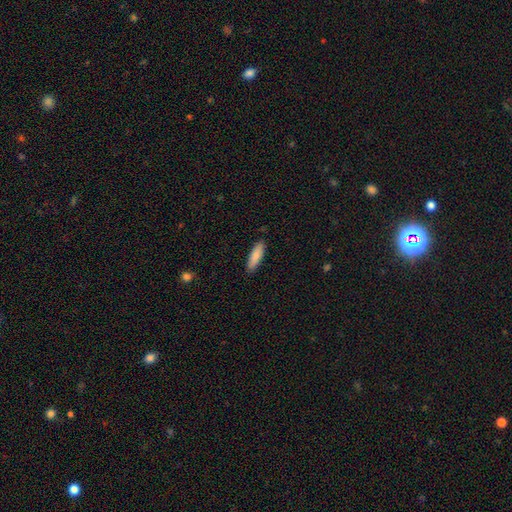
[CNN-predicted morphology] Smooth or featured? smooth (87%)
How rounded? cigar-shaped (57%)
Merging? none (88%)